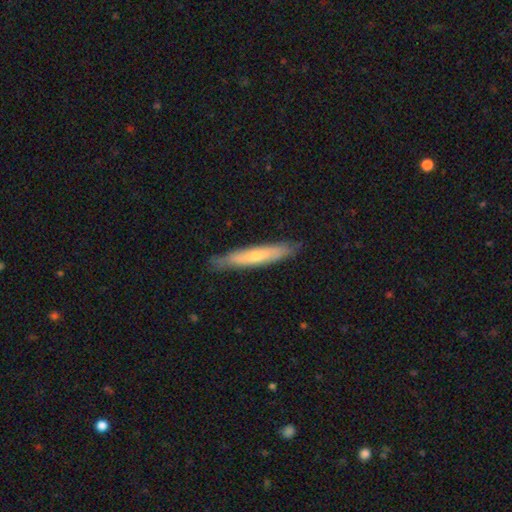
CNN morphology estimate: smooth_or_featured: smooth (p=0.54) [alt: featured or disk p=0.41]
how_rounded: cigar-shaped (p=0.91) [alt: in between p=0.07]
merging: none (p=0.82) [alt: minor disturbance p=0.14]